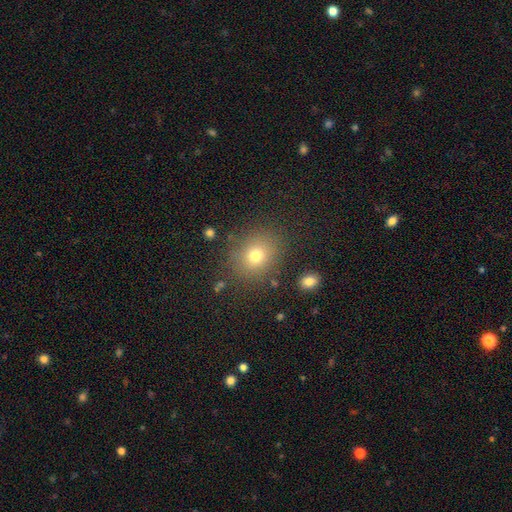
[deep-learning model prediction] Morphology: type=smooth (73%); roundness=round (68%); merging=none (83%).